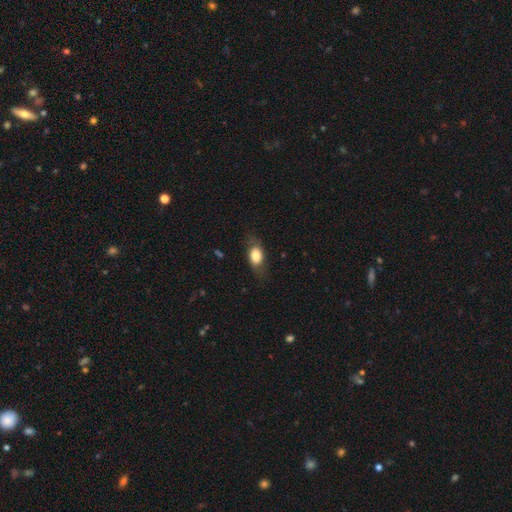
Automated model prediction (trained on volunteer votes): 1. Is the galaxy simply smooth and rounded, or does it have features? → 76% smooth, 17% featured or disk, 7% star or artifact.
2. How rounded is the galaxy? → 81% in between, 14% round, 5% cigar-shaped.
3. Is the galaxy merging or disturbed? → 70% none, 20% minor disturbance, 8% major disturbance, 1% merger.